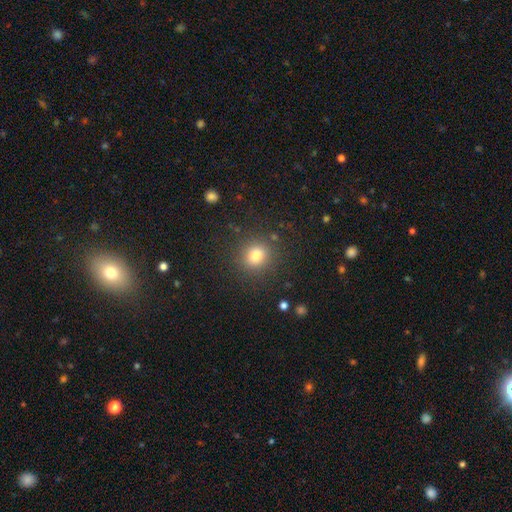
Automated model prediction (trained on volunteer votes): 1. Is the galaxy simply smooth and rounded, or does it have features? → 79% smooth, 14% star or artifact, 7% featured or disk.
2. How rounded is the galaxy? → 83% round, 16% in between, 1% cigar-shaped.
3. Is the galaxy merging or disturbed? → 86% none, 8% minor disturbance, 3% major disturbance, 2% merger.